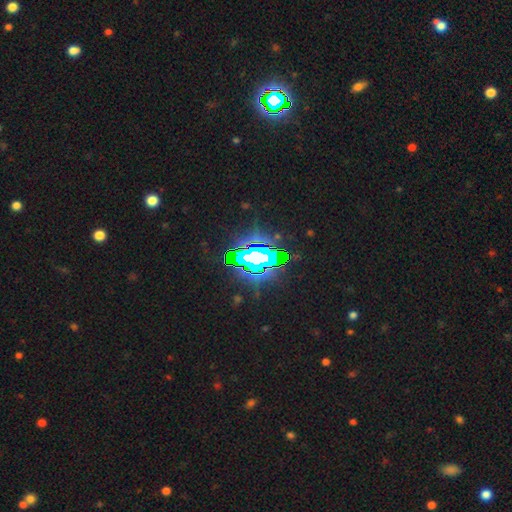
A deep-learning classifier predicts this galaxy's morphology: Overall: star or artifact (76%).